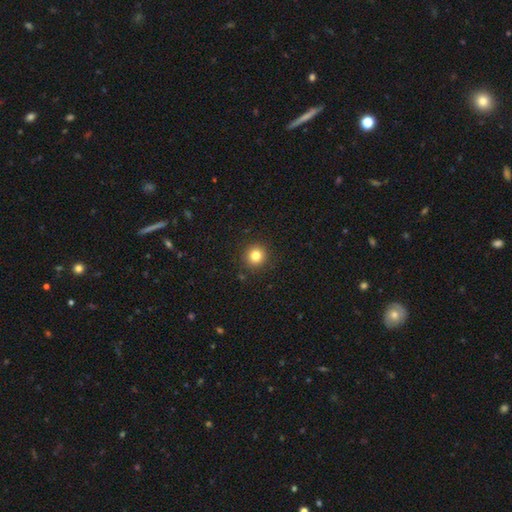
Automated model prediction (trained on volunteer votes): Q: Smooth or featured?
A: smooth (82%); runner-up: star or artifact (12%)
Q: How rounded?
A: round (93%); runner-up: in between (6%)
Q: Merging?
A: none (91%); runner-up: minor disturbance (6%)